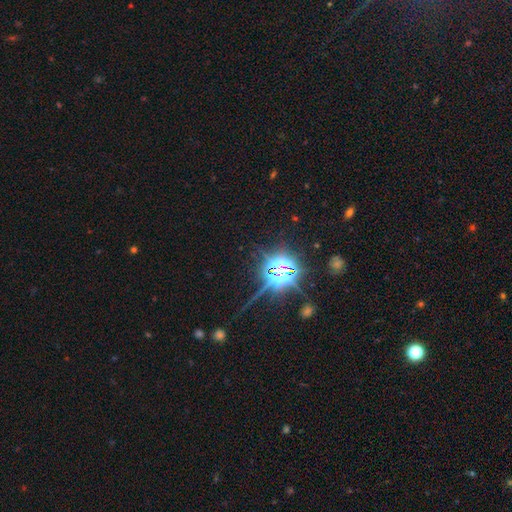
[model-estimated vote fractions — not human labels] This appears to be a star or artifact, not a galaxy (83%).